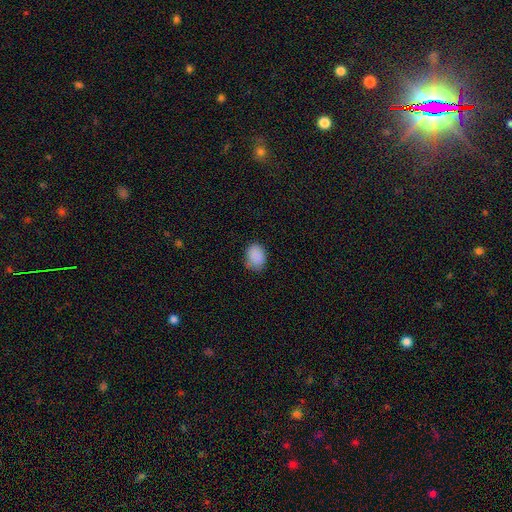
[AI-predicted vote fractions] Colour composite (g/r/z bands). It shows a smooth galaxy with no disk features (88%) that is in between round and cigar-shaped (62%). Merging: none (72%).